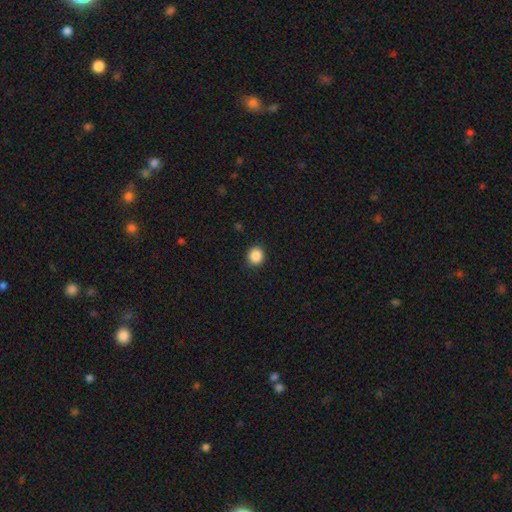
smooth 90%, featured or disk 5%, star or artifact 5%. Down the decision tree: how rounded — round (89%); merging — none (92%).